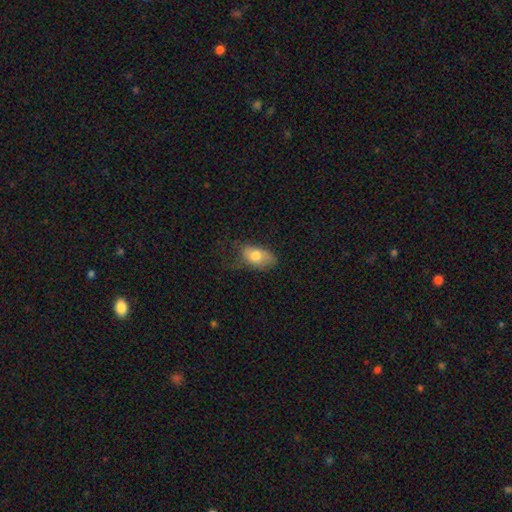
A smooth galaxy with no disk features (80%) that is in between round and cigar-shaped (94%).

Vote fractions:
- Smooth or featured? smooth: 80% / featured or disk: 15% / star or artifact: 5%
- How rounded? in between: 94% / round: 6% / cigar-shaped: 0%
- Merging? minor disturbance: 45% / none: 26% / major disturbance: 24% / merger: 5%